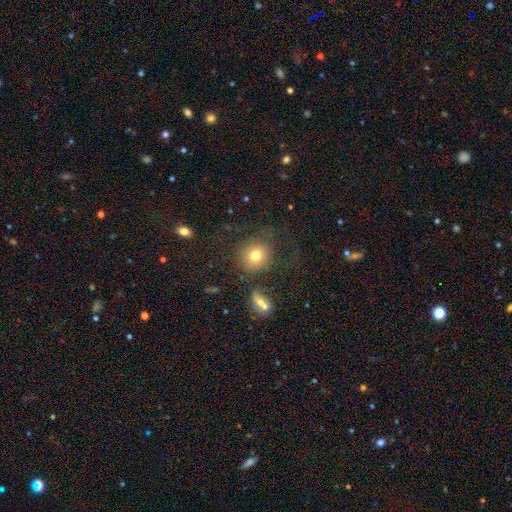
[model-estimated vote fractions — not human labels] smooth 71%, featured or disk 15%, star or artifact 13%. Down the decision tree: how rounded — round (83%); merging — none (57%).